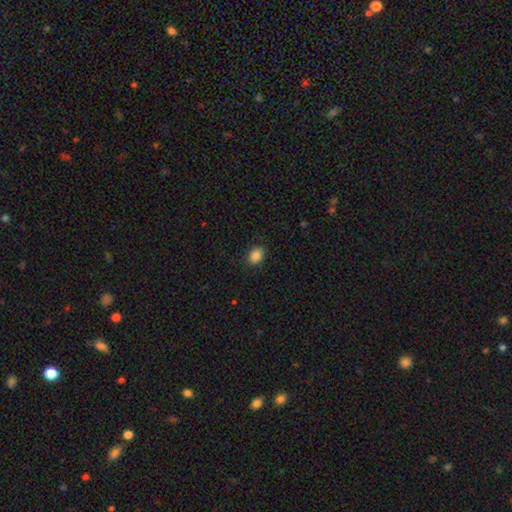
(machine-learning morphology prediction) Smooth or featured?
  - smooth: 86% *
  - star or artifact: 9%
  - featured or disk: 4%
How rounded?
  - in between: 62% *
  - round: 37%
  - cigar-shaped: 1%
Merging?
  - none: 87% *
  - minor disturbance: 10%
  - major disturbance: 3%
  - merger: 1%